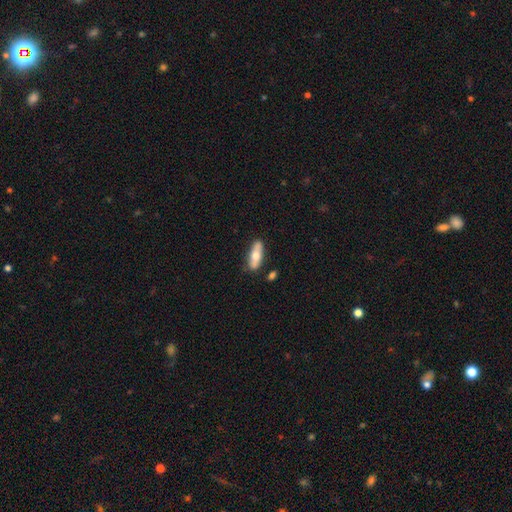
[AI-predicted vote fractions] Morphology: type=smooth (57%); roundness=in between (56%); merging=none (79%).